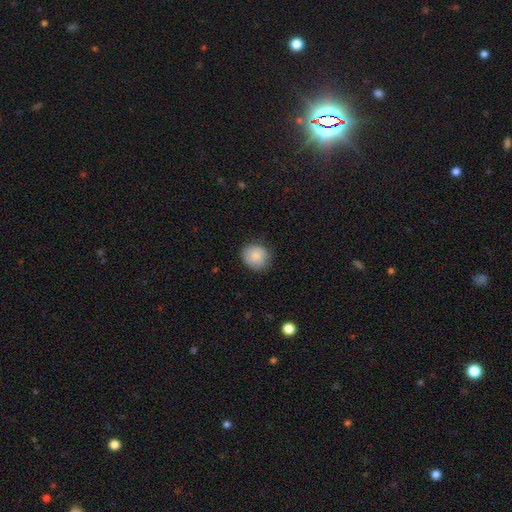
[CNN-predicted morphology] The model was most divided on "merging": none: 78%, minor disturbance: 18%, major disturbance: 4%, merger: 1%. More confident: smooth or featured — smooth (84%); how rounded — round (80%).